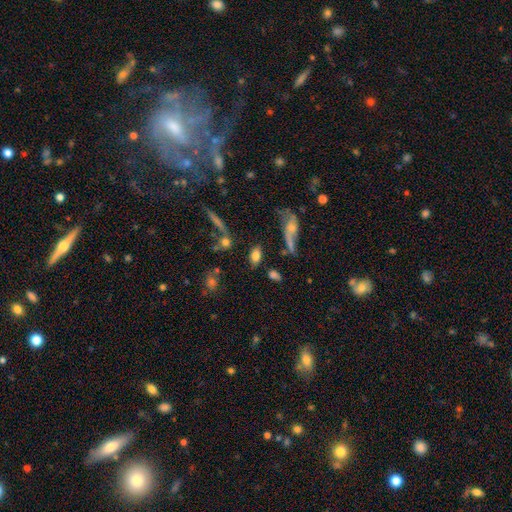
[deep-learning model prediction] smooth 74%, featured or disk 15%, star or artifact 11%. Down the decision tree: how rounded — in between (86%); merging — none (70%).